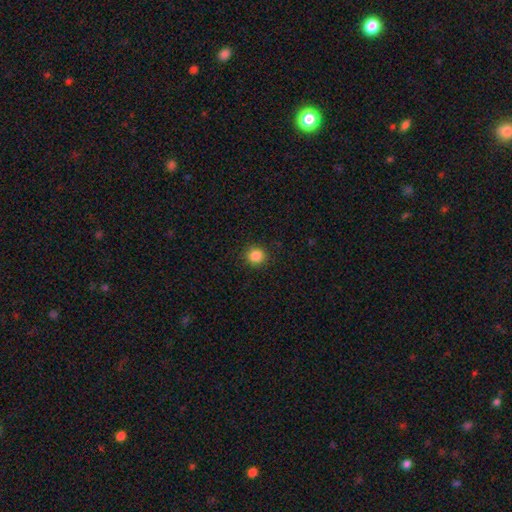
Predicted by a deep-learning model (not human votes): Smooth or featured?
  - smooth: 86% *
  - star or artifact: 11%
  - featured or disk: 4%
How rounded?
  - round: 89% *
  - in between: 10%
  - cigar-shaped: 1%
Merging?
  - none: 91% *
  - minor disturbance: 6%
  - major disturbance: 2%
  - merger: 1%